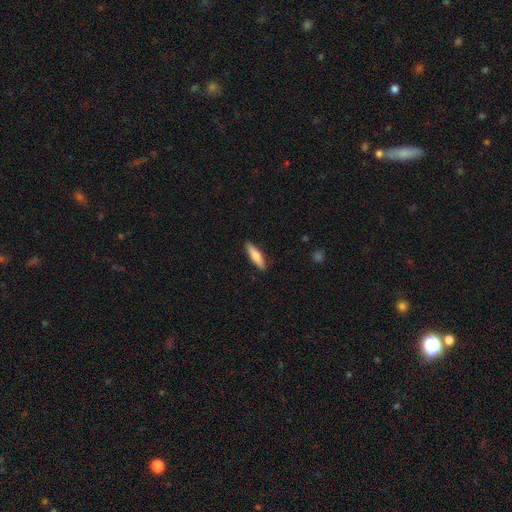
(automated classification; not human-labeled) Smooth or featured? smooth (77%)
How rounded? cigar-shaped (71%)
Merging? none (88%)